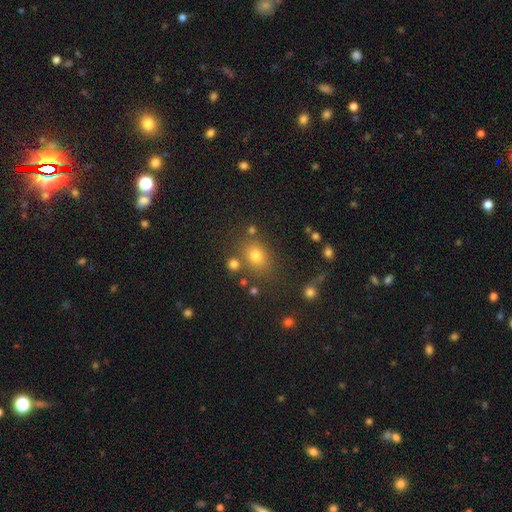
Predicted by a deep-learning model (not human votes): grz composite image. It shows a smooth galaxy with no disk features (72%) that is round (49%, tied with in between). Merging: none (73%).